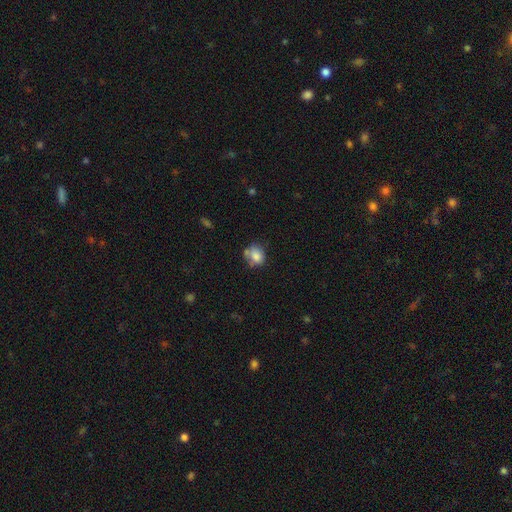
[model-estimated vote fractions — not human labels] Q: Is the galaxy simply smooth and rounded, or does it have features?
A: smooth — 78%.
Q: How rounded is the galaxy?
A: round — 57%.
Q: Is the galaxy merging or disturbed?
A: none — 49%.